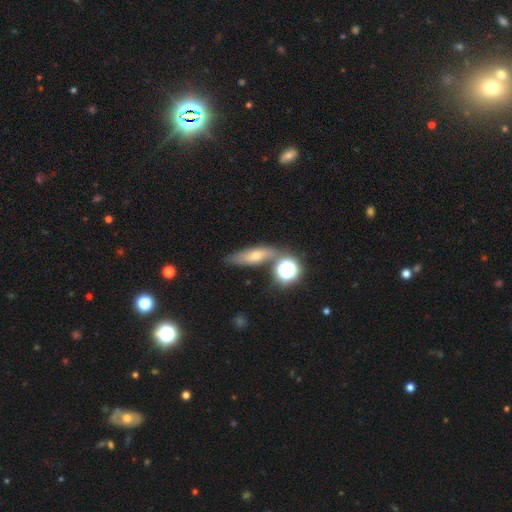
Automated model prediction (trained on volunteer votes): smooth-or-featured: smooth: 49% | featured or disk: 33% | star or artifact: 18%
  merging: none: 68% | minor disturbance: 15% | merger: 11% | major disturbance: 5%